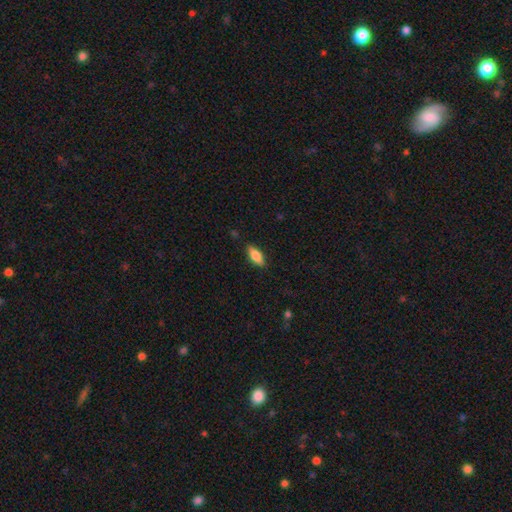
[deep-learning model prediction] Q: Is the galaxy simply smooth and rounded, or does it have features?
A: smooth — 75%.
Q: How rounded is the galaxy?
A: in between — 78%.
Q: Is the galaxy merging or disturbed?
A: none — 84%.